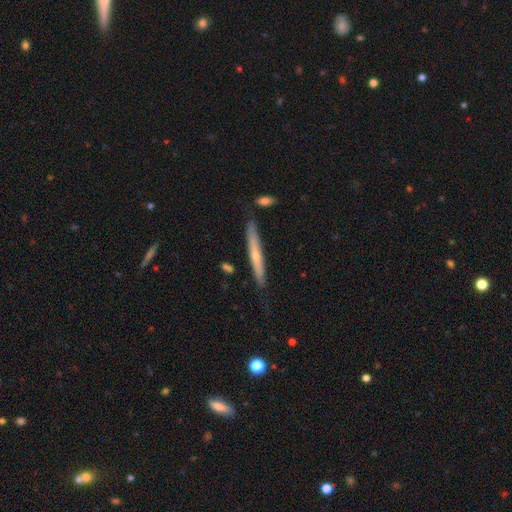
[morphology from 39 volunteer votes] Volunteers were most divided on "edge-on bulge": rounded: 55%, none: 45%, boxy: 0%. More confident: edge-on disk — yes (100%); merging — none (81%); smooth or featured — featured or disk (56%).